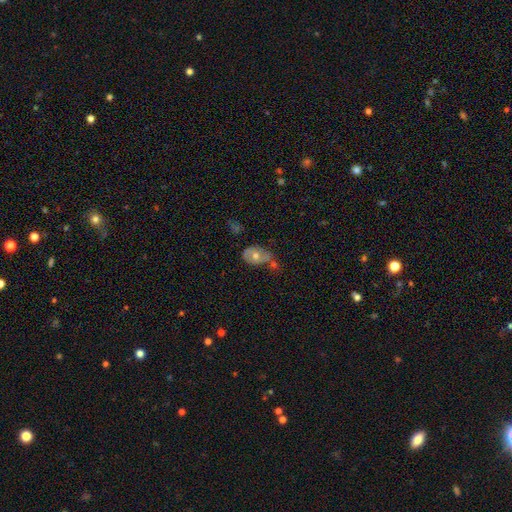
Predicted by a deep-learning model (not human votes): Smooth or featured: featured or disk — 47% (smooth — 43%)
Merging: none — 46% (minor disturbance — 25%)